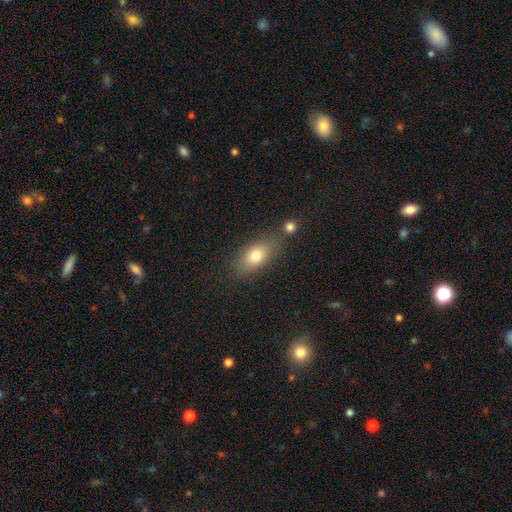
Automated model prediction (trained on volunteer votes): A smooth galaxy with no disk features (77%) that is in between round and cigar-shaped (83%).

Vote fractions:
- Smooth or featured? smooth: 77% / featured or disk: 14% / star or artifact: 9%
- How rounded? in between: 83% / round: 12% / cigar-shaped: 6%
- Merging? none: 67% / minor disturbance: 16% / merger: 12% / major disturbance: 5%